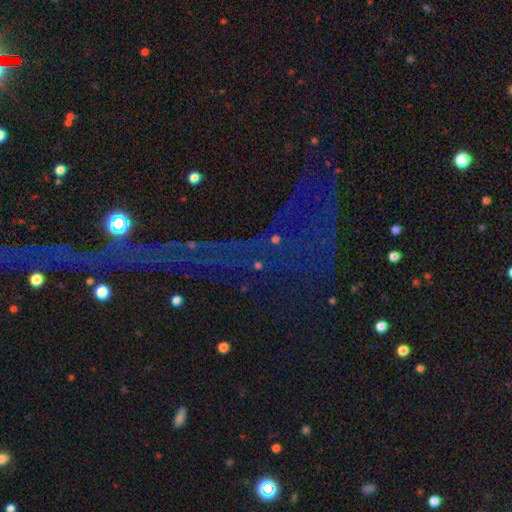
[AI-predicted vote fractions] smooth-or-featured: star or artifact: 76% | featured or disk: 13% | smooth: 11%